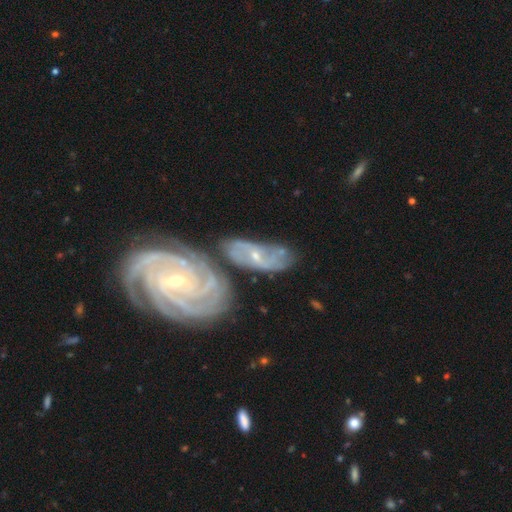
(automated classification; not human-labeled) Smooth or featured?
  - featured or disk: 82% *
  - smooth: 11%
  - star or artifact: 7%
Edge-on disk?
  - no: 94% *
  - yes: 6%
Bar?
  - no: 44% *
  - weak: 40%
  - strong: 16%
Spiral arms?
  - yes: 94% *
  - no: 6%
Spiral winding?
  - tight: 65% *
  - medium: 28%
  - loose: 7%
Spiral arm count?
  - can't tell: 30% *
  - 3: 21%
  - 4: 21%
  - 2: 14%
  - more than 4: 9%
  - 1: 5%
Bulge size?
  - small: 64% *
  - moderate: 31%
  - none: 2%
  - large: 2%
  - dominant: 1%
Merging?
  - none: 41% *
  - merger: 38%
  - minor disturbance: 15%
  - major disturbance: 6%